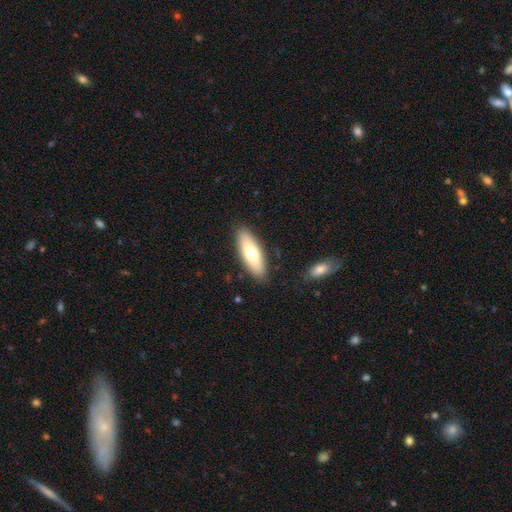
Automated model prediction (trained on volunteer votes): Smooth or featured? Predicted: smooth (p=0.67). How rounded? Predicted: in between (p=0.67). Merging? Predicted: none (p=0.87).